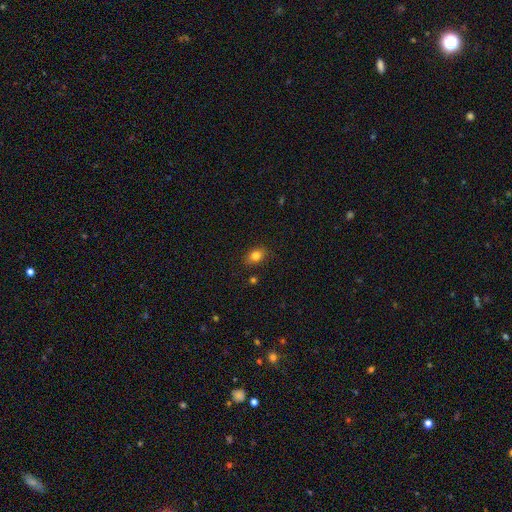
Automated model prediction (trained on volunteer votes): This is clearly a smooth galaxy (82%). How rounded: likely in between (67%). Merging: clearly none (84%).